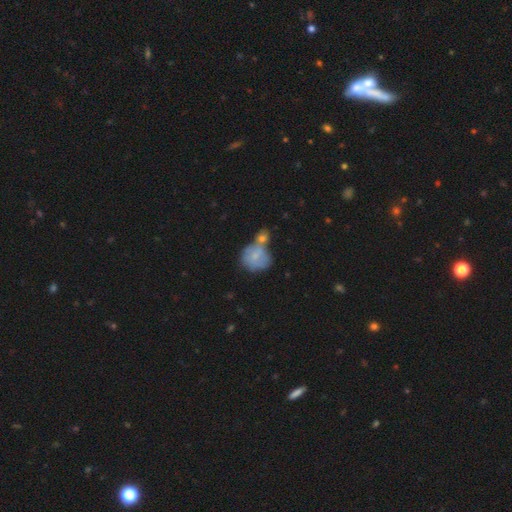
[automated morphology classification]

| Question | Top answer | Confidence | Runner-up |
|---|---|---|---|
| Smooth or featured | smooth | 65% | featured or disk (27%) |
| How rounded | round | 62% | in between (36%) |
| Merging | merger | 48% | none (26%) |